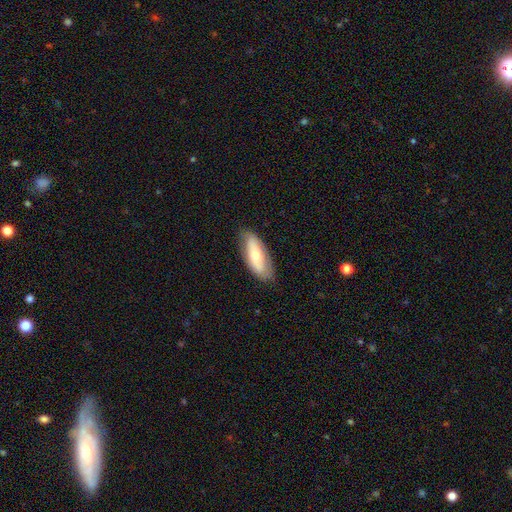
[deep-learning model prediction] Smooth or featured?
  - smooth: 56% *
  - featured or disk: 38%
  - star or artifact: 6%
How rounded?
  - in between: 76% *
  - cigar-shaped: 22%
  - round: 2%
Merging?
  - none: 79% *
  - minor disturbance: 16%
  - major disturbance: 4%
  - merger: 1%